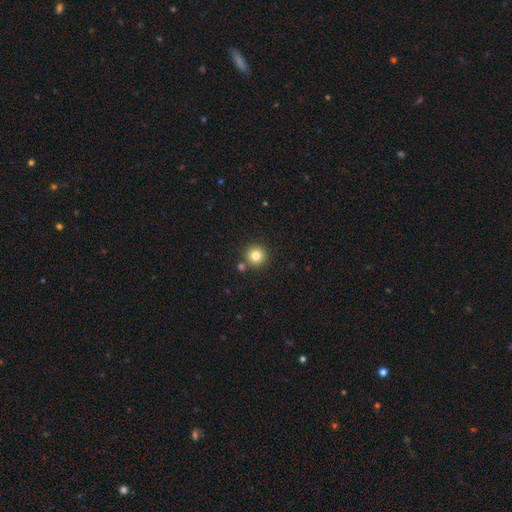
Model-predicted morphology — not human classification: type=smooth (81%); roundness=round (95%); merging=none (84%).